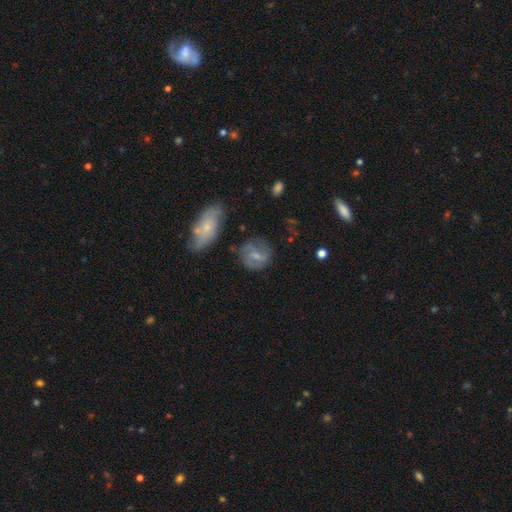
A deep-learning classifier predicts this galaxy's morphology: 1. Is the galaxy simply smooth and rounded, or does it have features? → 52% featured or disk, 40% smooth, 8% star or artifact.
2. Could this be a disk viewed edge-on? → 96% no, 4% yes.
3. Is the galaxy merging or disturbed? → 66% none, 20% minor disturbance, 9% major disturbance, 5% merger.